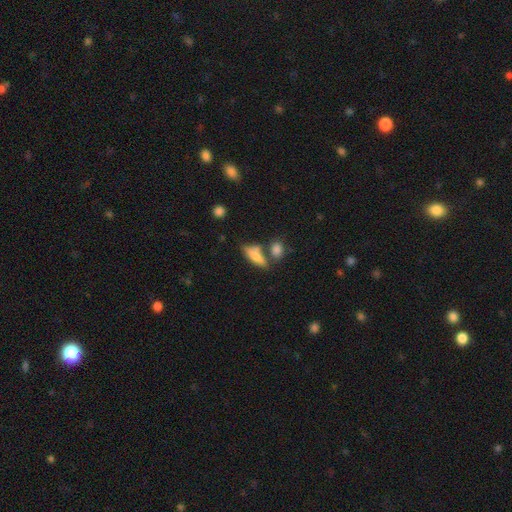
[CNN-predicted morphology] This is likely a smooth galaxy (78%). How rounded: likely in between (70%). Merging: possibly none (45%).